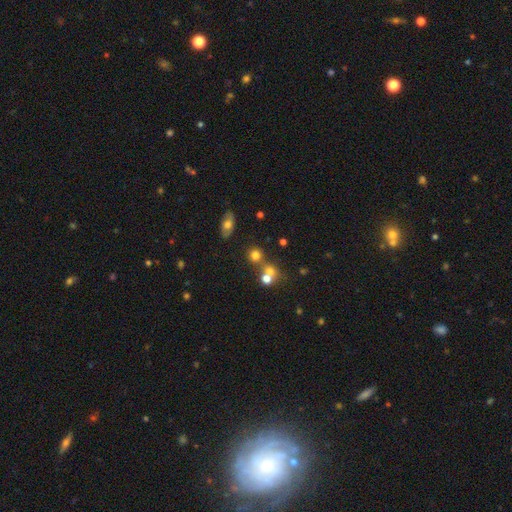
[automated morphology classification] smooth 57%, star or artifact 27%, featured or disk 16%. Down the decision tree: how rounded — round (81%); merging — none (54%).